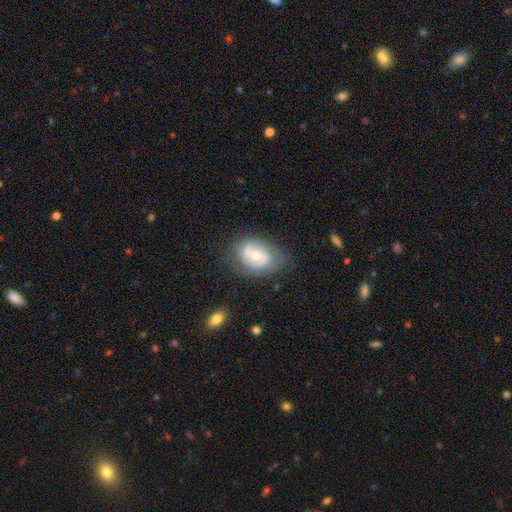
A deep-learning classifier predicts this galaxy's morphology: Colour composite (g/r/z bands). It shows a featured or disk galaxy (68%) with no bar (54%), 2 (74%) medium (44%) spiral arms (84%) and a moderate central bulge (56%). Merging: none (71%).